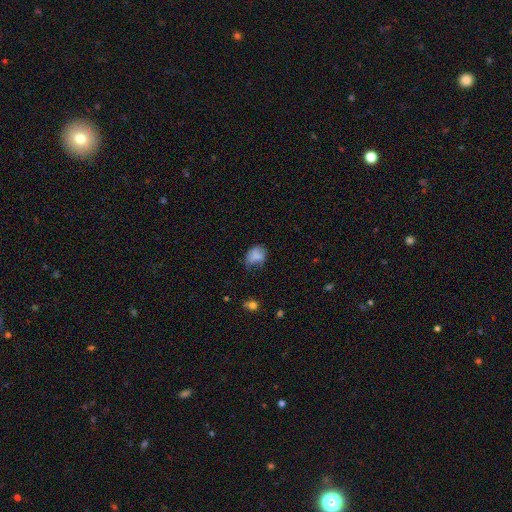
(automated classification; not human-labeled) Smooth or featured?
  - smooth: 78% *
  - featured or disk: 12%
  - star or artifact: 10%
How rounded?
  - in between: 65% *
  - round: 33%
  - cigar-shaped: 1%
Merging?
  - none: 42% *
  - minor disturbance: 38%
  - major disturbance: 17%
  - merger: 3%